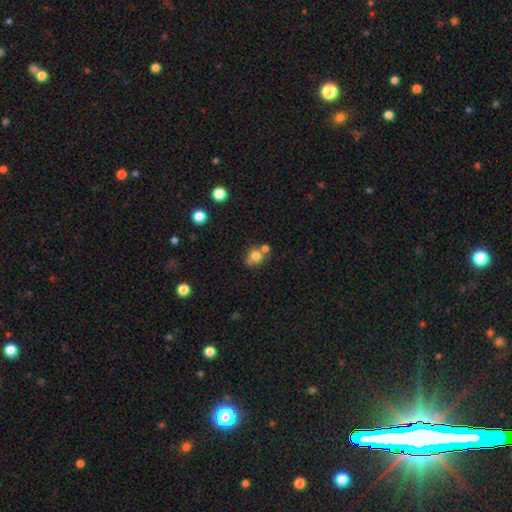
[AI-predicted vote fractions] This is likely a smooth galaxy (73%). How rounded: likely round (80%). Merging: possibly none (51%).